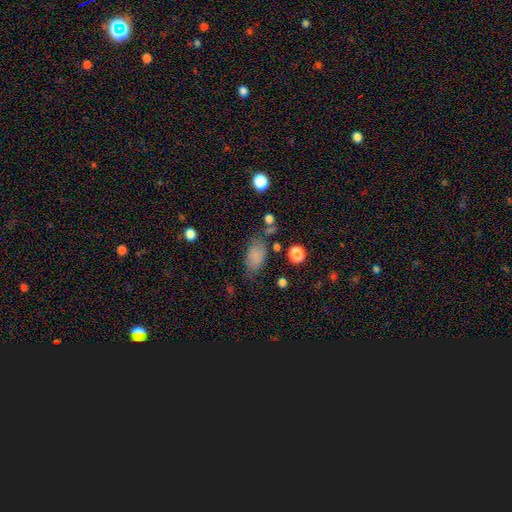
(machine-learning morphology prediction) Smooth or featured?
  - smooth: 81% *
  - star or artifact: 11%
  - featured or disk: 8%
How rounded?
  - in between: 90% *
  - round: 6%
  - cigar-shaped: 3%
Merging?
  - none: 64% *
  - minor disturbance: 22%
  - major disturbance: 9%
  - merger: 5%